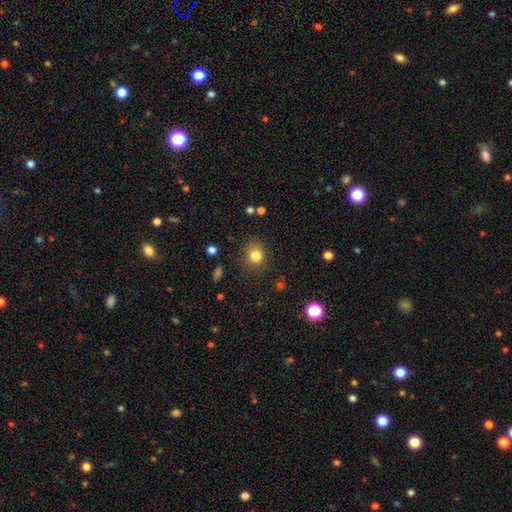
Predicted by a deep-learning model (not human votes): smooth 82%, star or artifact 12%, featured or disk 6%. Down the decision tree: how rounded — round (78%); merging — none (80%).